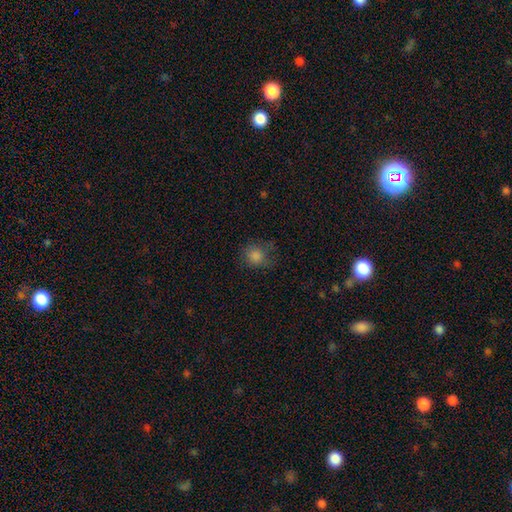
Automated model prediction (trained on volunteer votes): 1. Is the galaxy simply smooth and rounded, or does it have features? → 81% smooth, 13% star or artifact, 6% featured or disk.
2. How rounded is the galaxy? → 79% round, 20% in between, 1% cigar-shaped.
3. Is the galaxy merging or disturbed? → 65% none, 23% minor disturbance, 10% major disturbance, 2% merger.